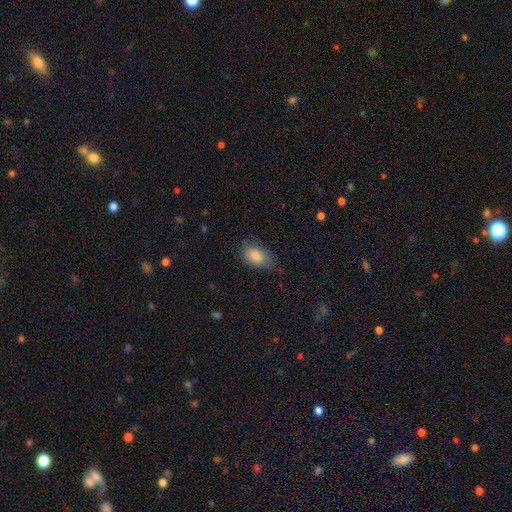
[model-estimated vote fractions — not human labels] The model was most divided on "merging": none: 62%, minor disturbance: 29%, major disturbance: 8%, merger: 1%. More confident: how rounded — in between (89%); smooth or featured — smooth (84%).